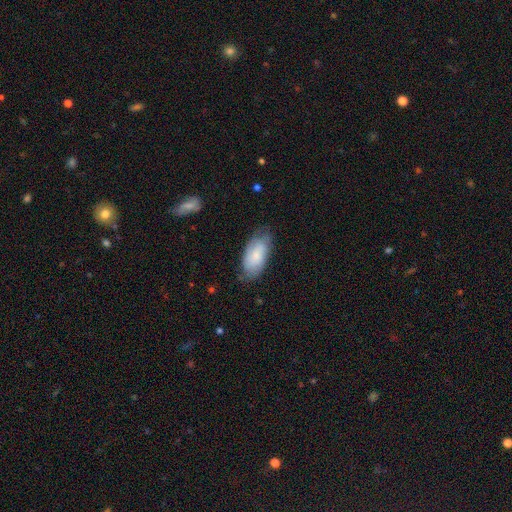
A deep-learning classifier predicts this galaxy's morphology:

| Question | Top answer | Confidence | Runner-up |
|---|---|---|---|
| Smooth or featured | smooth | 66% | featured or disk (27%) |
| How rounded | in between | 92% | cigar-shaped (5%) |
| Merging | none | 67% | minor disturbance (25%) |